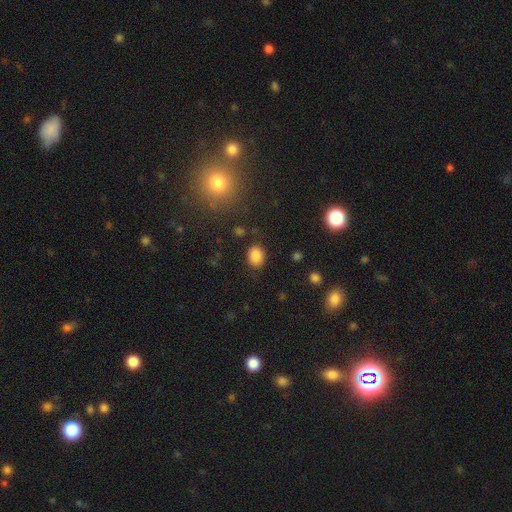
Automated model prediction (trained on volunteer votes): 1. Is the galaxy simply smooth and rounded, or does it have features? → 85% smooth, 11% star or artifact, 5% featured or disk.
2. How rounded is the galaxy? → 55% in between, 44% round, 1% cigar-shaped.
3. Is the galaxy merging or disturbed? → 82% none, 12% minor disturbance, 4% major disturbance, 2% merger.